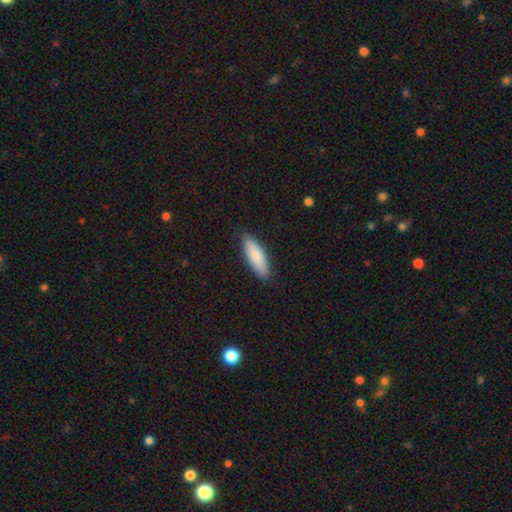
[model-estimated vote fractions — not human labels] This appears to be a smooth galaxy with no disk features (85%) that is in between round and cigar-shaped (50%). Merging: none (88%).